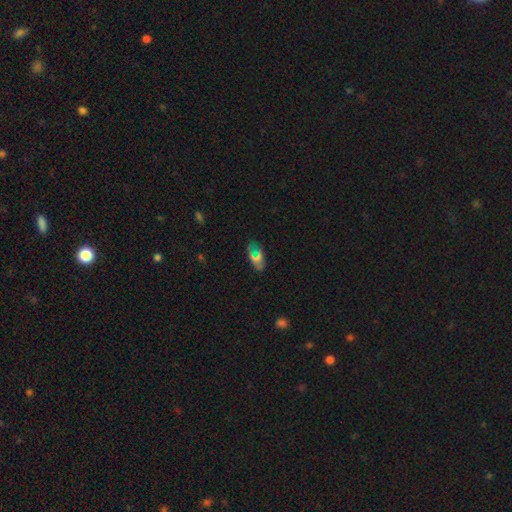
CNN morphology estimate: Q: Smooth or featured?
A: smooth (45%); runner-up: star or artifact (32%)
Q: Merging?
A: none (64%); runner-up: minor disturbance (20%)